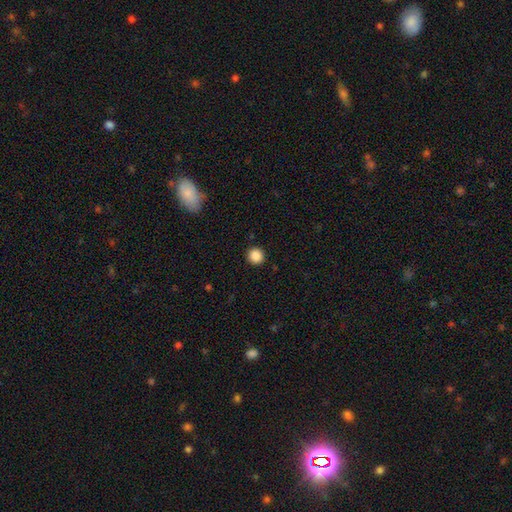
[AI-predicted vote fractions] smooth_or_featured: smooth (p=0.87) [alt: star or artifact p=0.10]
how_rounded: round (p=0.93) [alt: in between p=0.06]
merging: none (p=0.93) [alt: minor disturbance p=0.05]